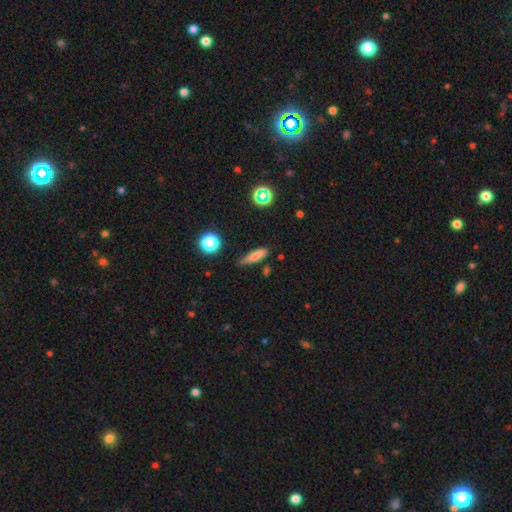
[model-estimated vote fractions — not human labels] Smooth or featured: smooth — 73% (featured or disk — 16%)
How rounded: cigar-shaped — 69% (in between — 26%)
Merging: none — 72% (minor disturbance — 20%)